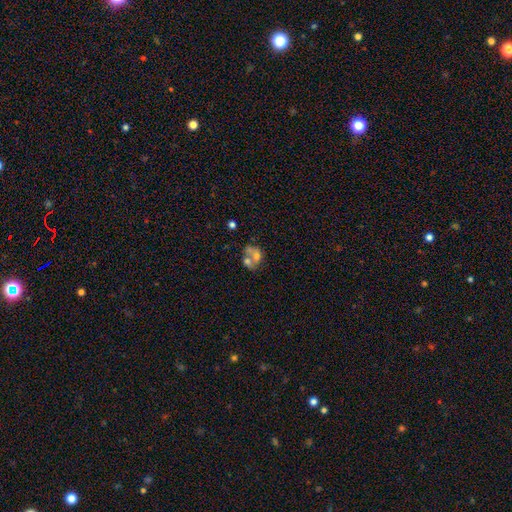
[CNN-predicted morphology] type=smooth (47%); merging=merger (61%).